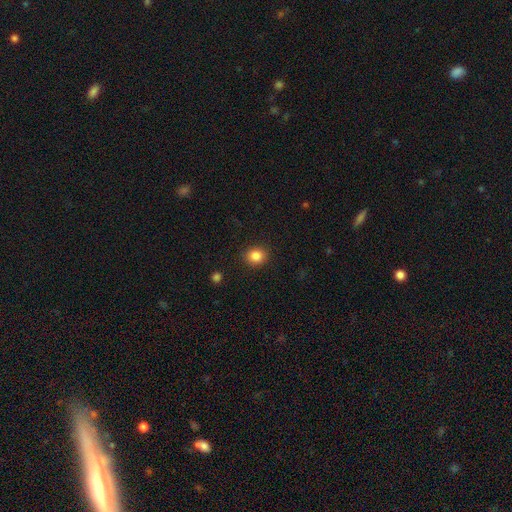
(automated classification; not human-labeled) Overall: smooth (85%). How rounded: round (77%). Merging: none (90%).